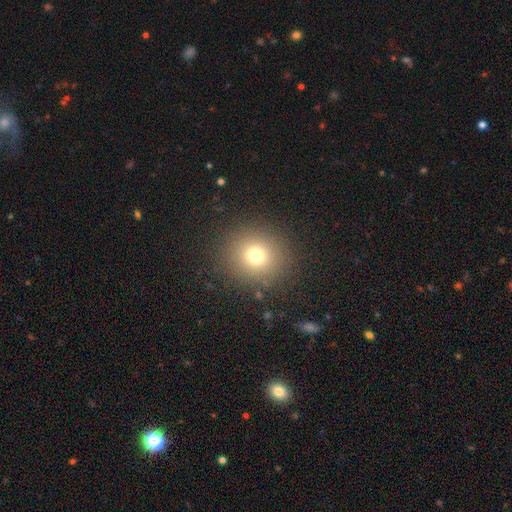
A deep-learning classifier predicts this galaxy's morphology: Smooth or featured? smooth (73%)
How rounded? round (90%)
Merging? none (88%)